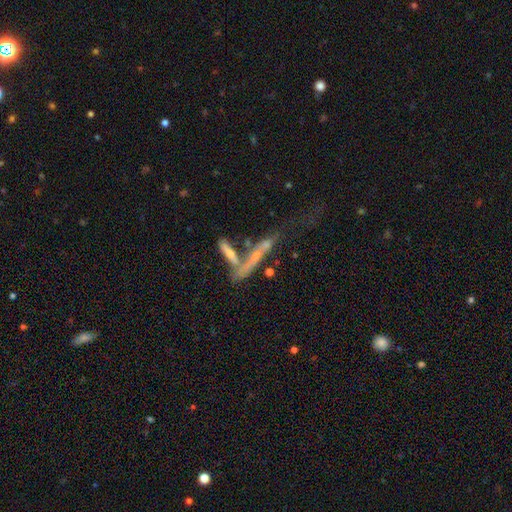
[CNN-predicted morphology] type=featured or disk (58%); edge-on=yes (71%); merging=merger (43%).